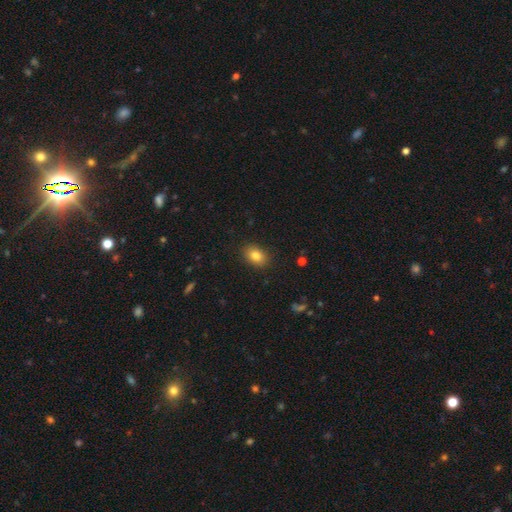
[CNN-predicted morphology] Smooth or featured?
  - smooth: 82% *
  - star or artifact: 10%
  - featured or disk: 8%
How rounded?
  - in between: 76% *
  - round: 23%
  - cigar-shaped: 1%
Merging?
  - none: 88% *
  - minor disturbance: 9%
  - major disturbance: 2%
  - merger: 1%